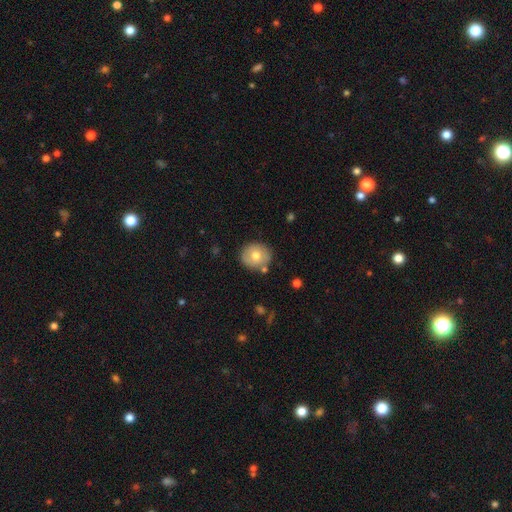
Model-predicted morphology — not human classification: Overall: smooth (67%). How rounded: round (82%). Merging: none (81%).